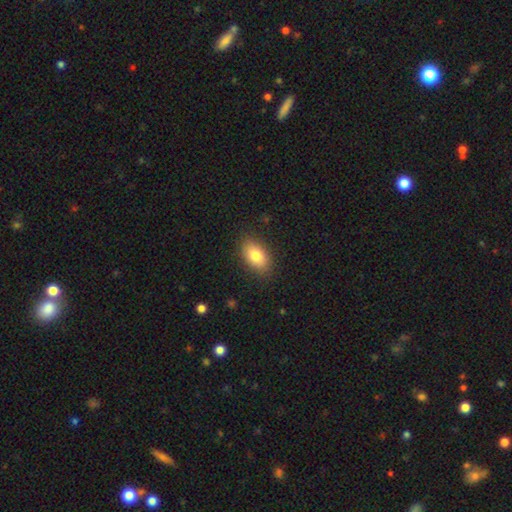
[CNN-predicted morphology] smooth 80%, featured or disk 12%, star or artifact 8%. Down the decision tree: how rounded — in between (89%); merging — none (85%).